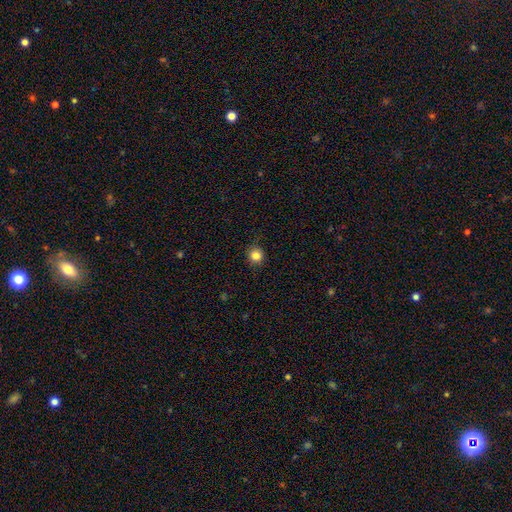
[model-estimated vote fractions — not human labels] smooth-or-featured: smooth: 84% | star or artifact: 11% | featured or disk: 5%
  how-rounded: round: 91% | in between: 8% | cigar-shaped: 1%
  merging: none: 86% | minor disturbance: 10% | major disturbance: 3% | merger: 1%